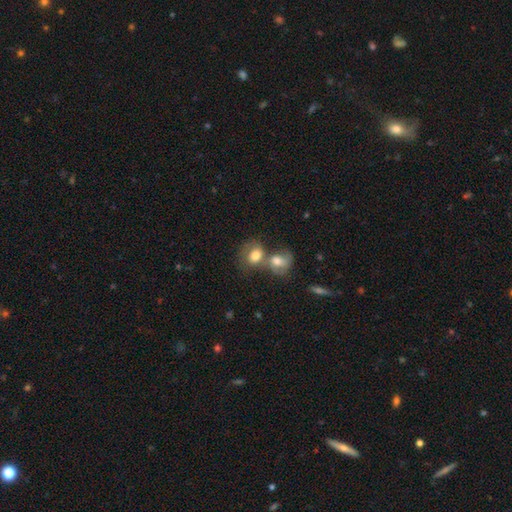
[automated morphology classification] smooth-or-featured: smooth: 72% | featured or disk: 20% | star or artifact: 8%
  how-rounded: in between: 57% | round: 42% | cigar-shaped: 1%
  merging: merger: 62% | none: 22% | minor disturbance: 10% | major disturbance: 6%